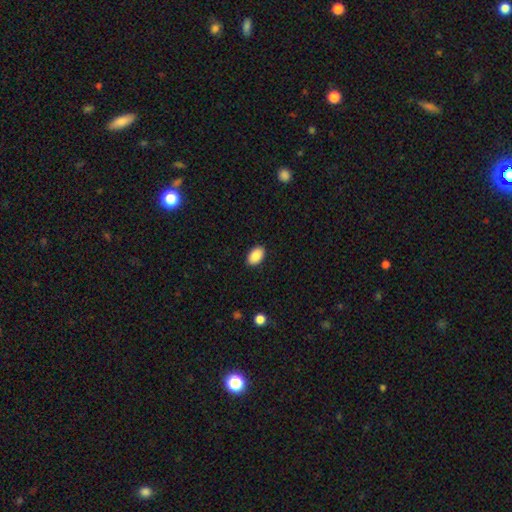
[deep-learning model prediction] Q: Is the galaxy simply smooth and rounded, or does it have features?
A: smooth — 89%.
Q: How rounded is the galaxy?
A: in between — 90%.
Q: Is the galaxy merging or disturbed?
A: none — 89%.